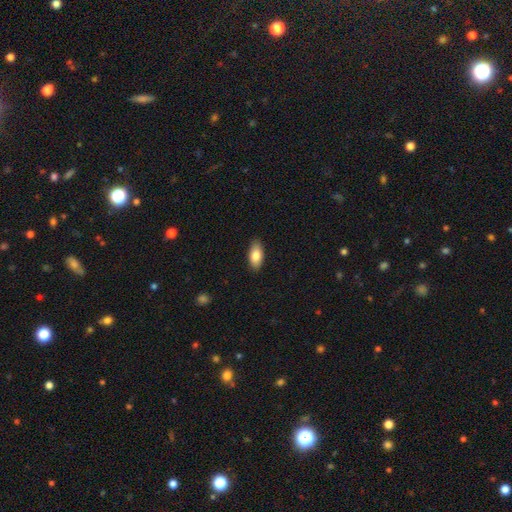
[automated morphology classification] This appears to be a smooth galaxy with no disk features (83%) that is in between round and cigar-shaped (90%). Merging: none (89%).